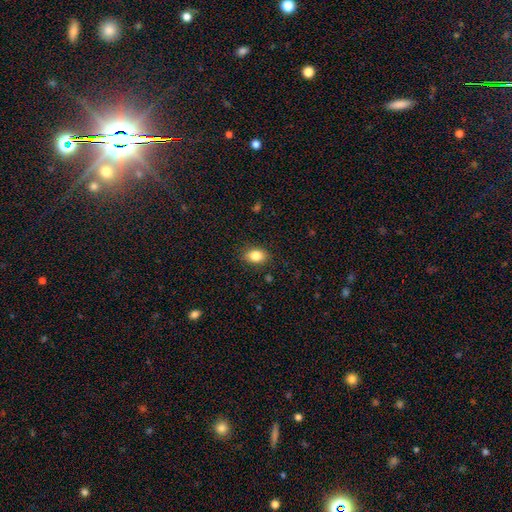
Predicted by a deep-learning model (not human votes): A smooth galaxy with no disk features (85%) that is in between round and cigar-shaped (78%).

Vote fractions:
- Smooth or featured? smooth: 85% / star or artifact: 9% / featured or disk: 7%
- How rounded? in between: 78% / round: 20% / cigar-shaped: 1%
- Merging? none: 87% / minor disturbance: 10% / major disturbance: 2% / merger: 1%